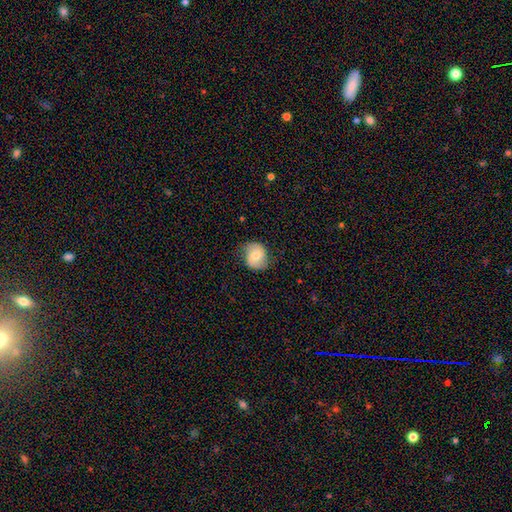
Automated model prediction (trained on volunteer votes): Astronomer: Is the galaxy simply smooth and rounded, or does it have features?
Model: smooth — 60%.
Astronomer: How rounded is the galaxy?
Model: round — 66%.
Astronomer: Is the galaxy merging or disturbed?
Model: none — 74%.